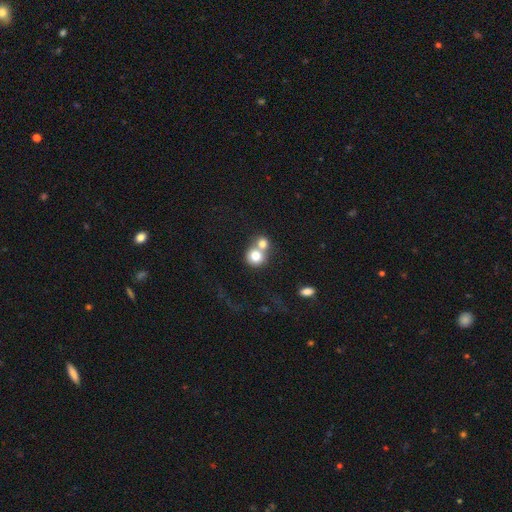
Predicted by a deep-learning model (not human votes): This appears to be a smooth galaxy with no disk features (75%) that is round (83%). Merging: merger (61%).